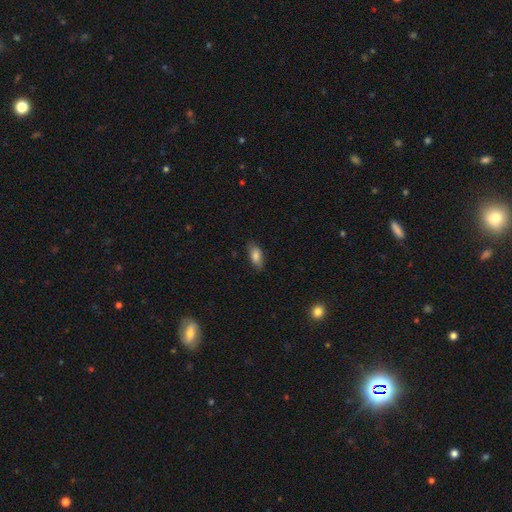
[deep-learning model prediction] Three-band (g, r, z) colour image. It shows a smooth galaxy with no disk features (82%) that is in between round and cigar-shaped (86%). Merging: none (80%).